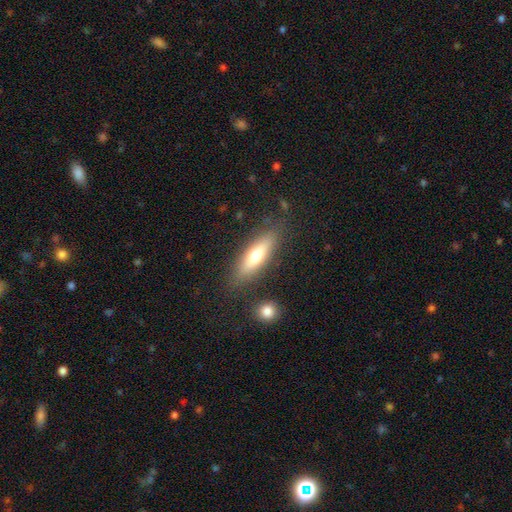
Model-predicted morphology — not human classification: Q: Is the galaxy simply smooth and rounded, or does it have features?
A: smooth — 60%.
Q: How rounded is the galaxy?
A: cigar-shaped — 57%.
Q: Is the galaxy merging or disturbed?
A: none — 82%.